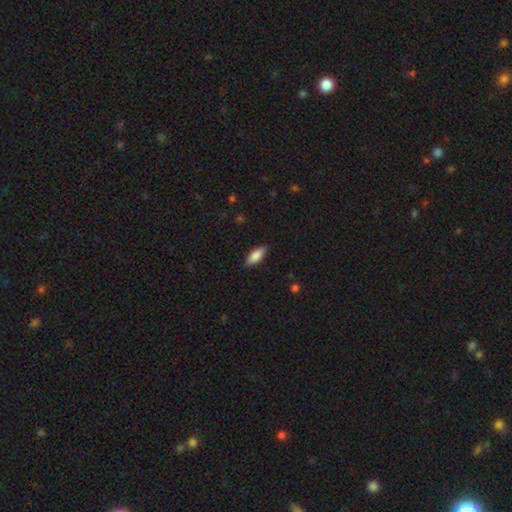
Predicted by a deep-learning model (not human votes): The model was most divided on "how rounded": in between: 69%, cigar-shaped: 29%, round: 2%. More confident: merging — none (87%); smooth or featured — smooth (81%).